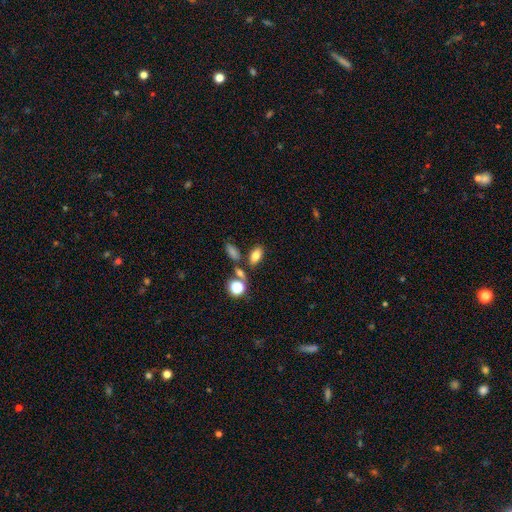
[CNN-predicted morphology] smooth-or-featured: smooth: 76% | star or artifact: 12% | featured or disk: 11%
  how-rounded: in between: 84% | round: 10% | cigar-shaped: 6%
  merging: none: 68% | merger: 16% | minor disturbance: 12% | major disturbance: 4%